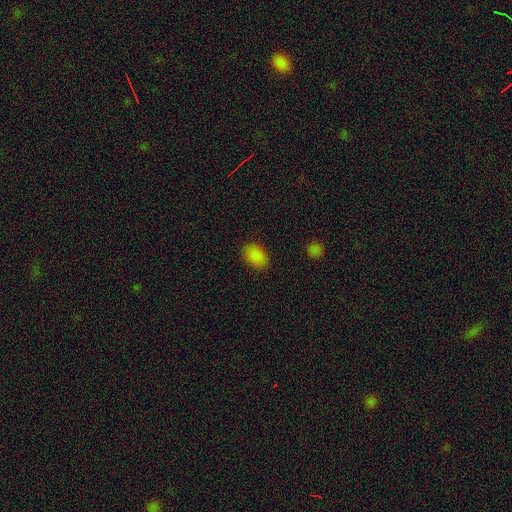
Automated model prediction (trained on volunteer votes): Smooth or featured?
  - smooth: 85% *
  - star or artifact: 11%
  - featured or disk: 3%
How rounded?
  - in between: 83% *
  - round: 16%
  - cigar-shaped: 1%
Merging?
  - none: 86% *
  - minor disturbance: 10%
  - major disturbance: 3%
  - merger: 1%